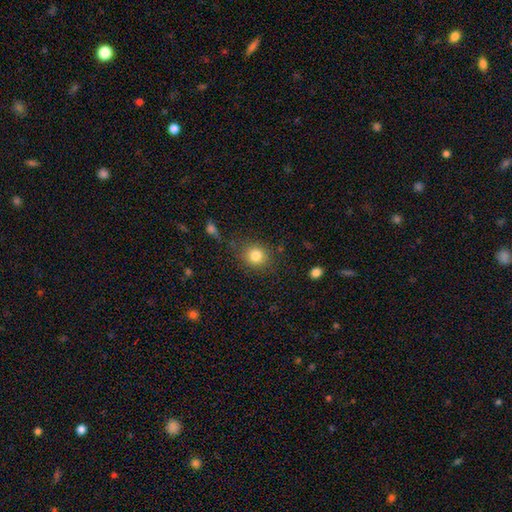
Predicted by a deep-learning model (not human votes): A smooth galaxy with no disk features (83%) that is round (83%). Merging: none (79%).